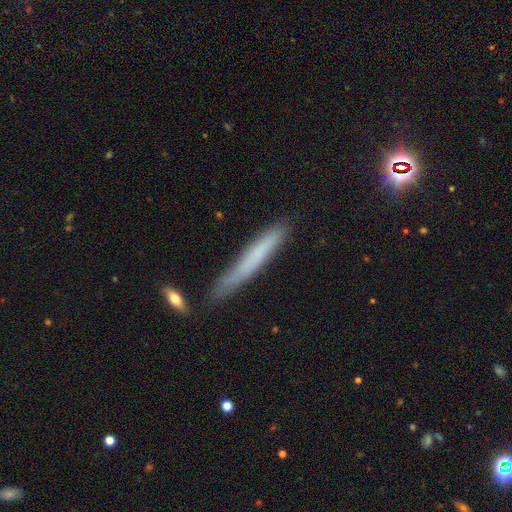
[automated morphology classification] A smooth galaxy with no disk features (60%) that is cigar-shaped (95%). Merging: none (75%).